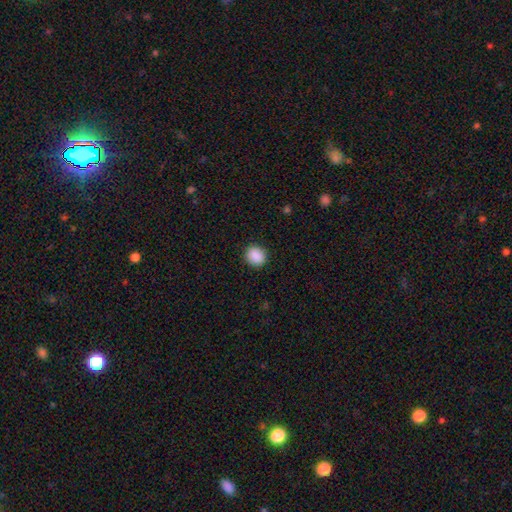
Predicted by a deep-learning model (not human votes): Smooth or featured? smooth (90%)
How rounded? round (81%)
Merging? none (91%)